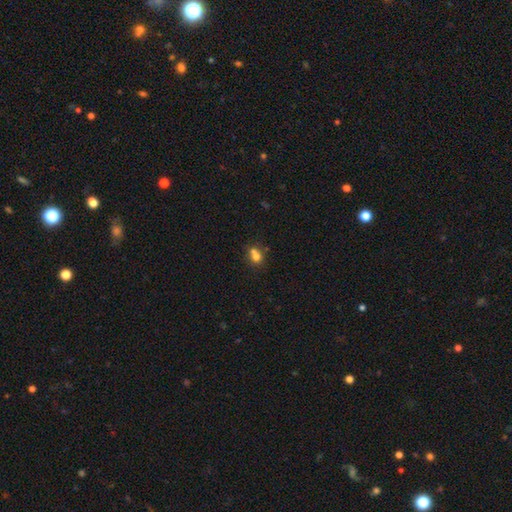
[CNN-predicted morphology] This is likely a smooth galaxy (71%). How rounded: likely round (68%). Merging: possibly merger (51%).